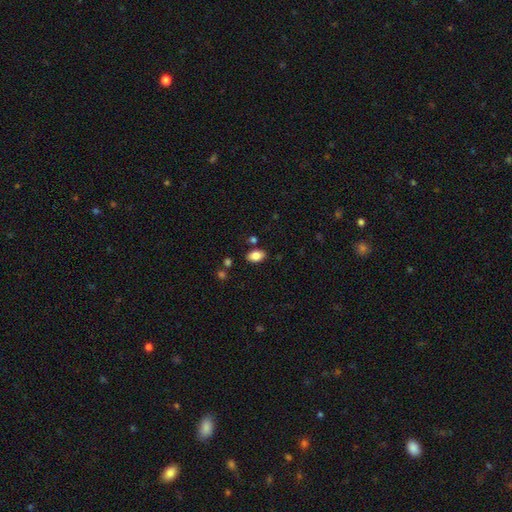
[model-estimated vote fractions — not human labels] This is clearly a smooth galaxy (85%). How rounded: clearly in between (91%). Merging: clearly none (82%).